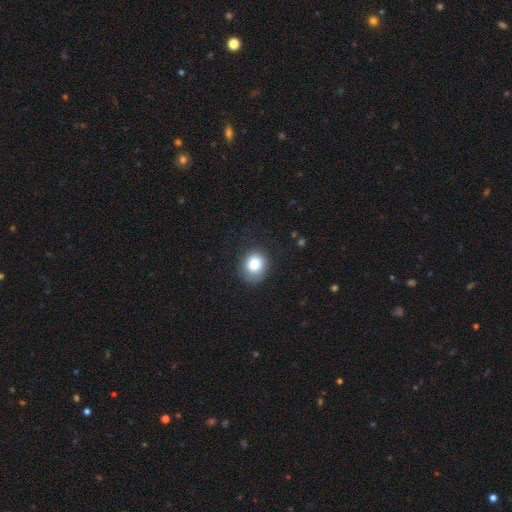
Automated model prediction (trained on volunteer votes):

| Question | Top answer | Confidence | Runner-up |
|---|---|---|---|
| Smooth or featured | smooth | 76% | star or artifact (16%) |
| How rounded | round | 83% | in between (16%) |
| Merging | none | 84% | minor disturbance (11%) |